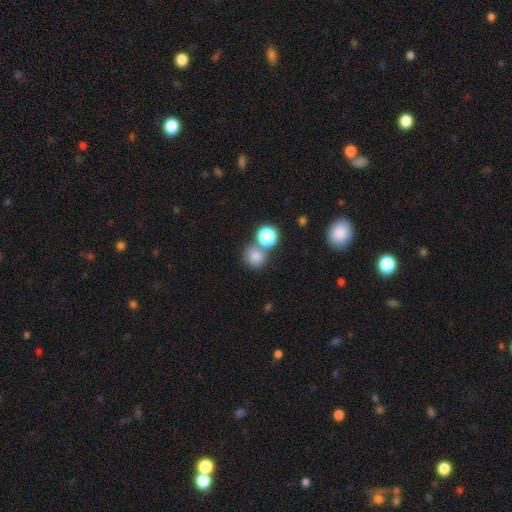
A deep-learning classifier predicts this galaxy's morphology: Overall: smooth (77%). How rounded: round (85%). Merging: none (61%; merger 25%).